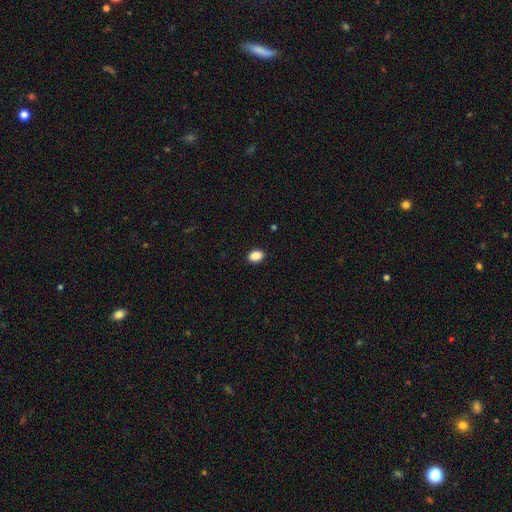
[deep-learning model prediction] smooth-or-featured: smooth: 88% | star or artifact: 8% | featured or disk: 3%
  how-rounded: in between: 74% | round: 25% | cigar-shaped: 1%
  merging: none: 91% | minor disturbance: 7% | major disturbance: 2% | merger: 1%